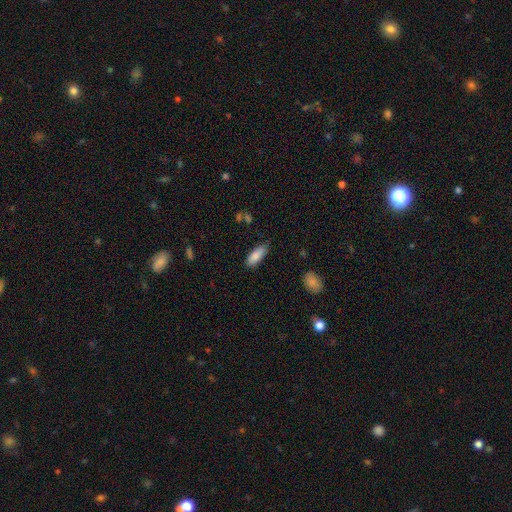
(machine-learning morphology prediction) smooth 86%, featured or disk 8%, star or artifact 6%. Down the decision tree: how rounded — in between (70%); merging — none (76%).